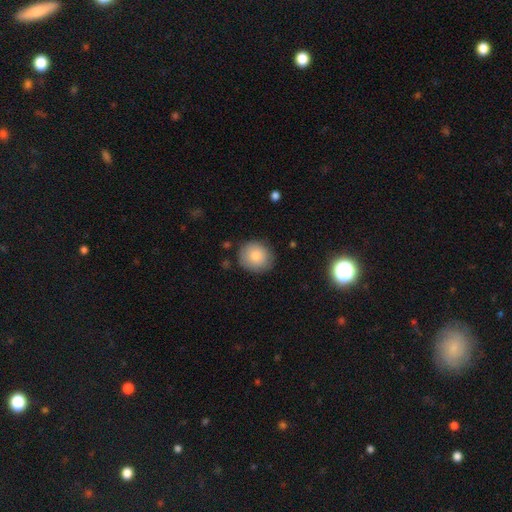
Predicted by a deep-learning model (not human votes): Smooth or featured? smooth (80%)
How rounded? round (86%)
Merging? none (83%)